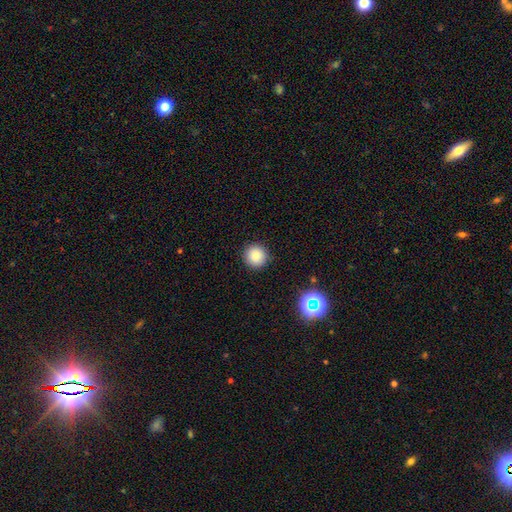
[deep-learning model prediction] Smooth or featured: smooth — 86% (star or artifact — 11%)
How rounded: round — 95% (in between — 4%)
Merging: none — 91% (minor disturbance — 6%)